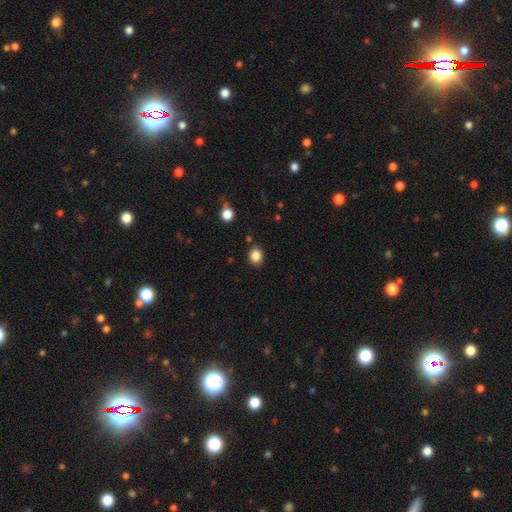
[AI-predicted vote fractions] A smooth galaxy with no disk features (85%) that is round (65%). Merging: none (84%).